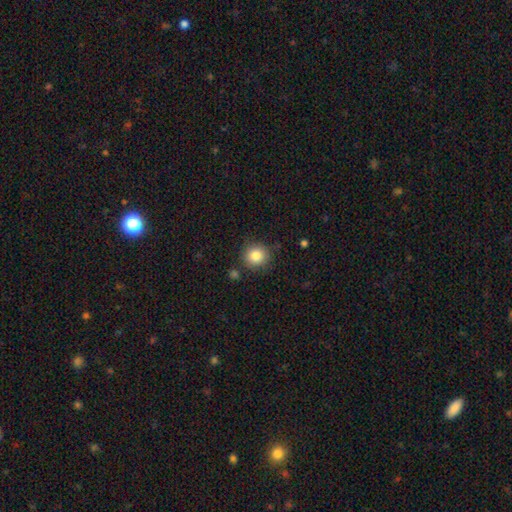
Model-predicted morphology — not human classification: smooth 85%, star or artifact 10%, featured or disk 5%. Down the decision tree: how rounded — round (91%); merging — none (86%).